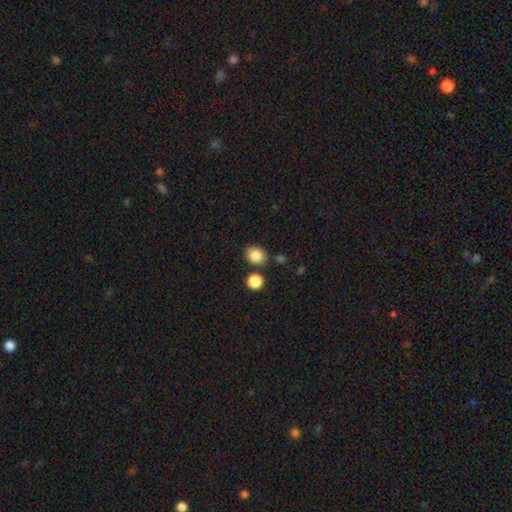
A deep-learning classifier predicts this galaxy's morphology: smooth 85%, star or artifact 10%, featured or disk 5%. Down the decision tree: how rounded — round (64%); merging — none (78%).